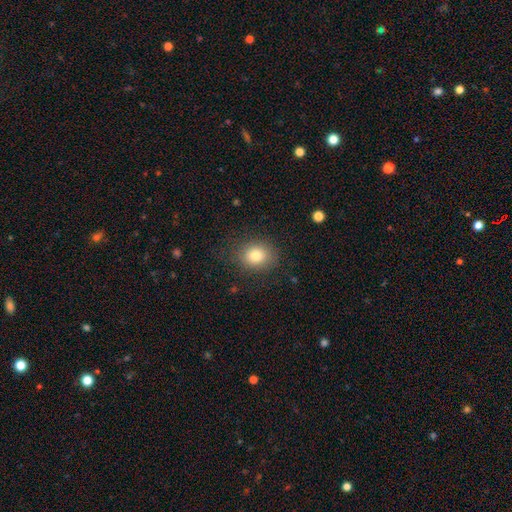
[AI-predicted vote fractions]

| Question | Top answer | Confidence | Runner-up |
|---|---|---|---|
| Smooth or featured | smooth | 80% | star or artifact (11%) |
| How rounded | round | 57% | in between (42%) |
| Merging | none | 83% | minor disturbance (12%) |